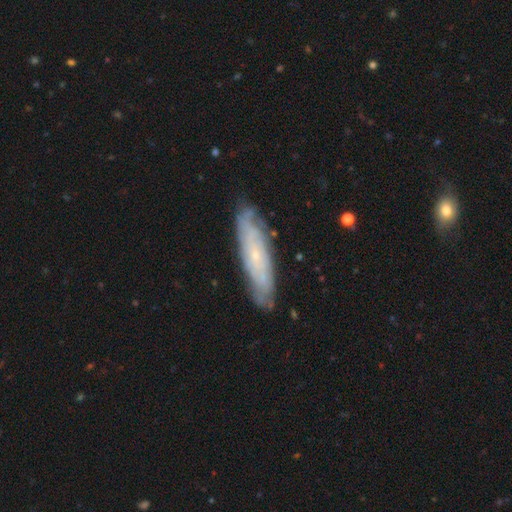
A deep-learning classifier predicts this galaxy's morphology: Q: Smooth or featured?
A: featured or disk (66%); runner-up: smooth (27%)
Q: Edge-on disk?
A: no (70%); runner-up: yes (30%)
Q: Merging?
A: none (82%); runner-up: minor disturbance (14%)